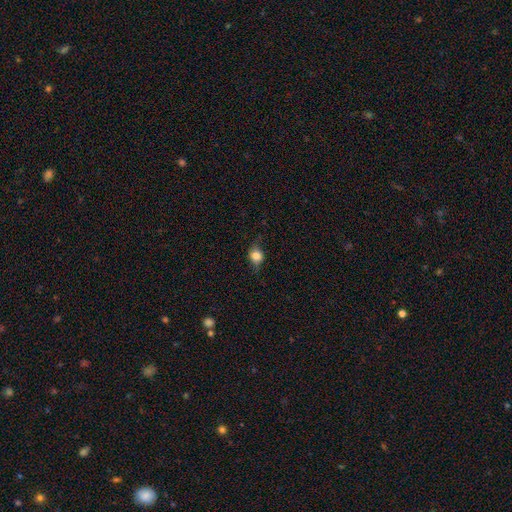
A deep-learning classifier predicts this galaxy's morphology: Q: Smooth or featured?
A: smooth (71%); runner-up: featured or disk (19%)
Q: How rounded?
A: round (59%); runner-up: in between (39%)
Q: Merging?
A: none (68%); runner-up: minor disturbance (23%)